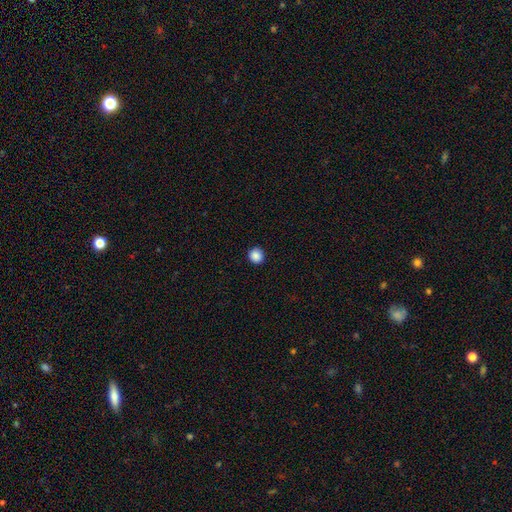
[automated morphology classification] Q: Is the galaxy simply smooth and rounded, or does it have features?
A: smooth — 88%.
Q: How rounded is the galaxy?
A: round — 93%.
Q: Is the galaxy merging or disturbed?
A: none — 93%.